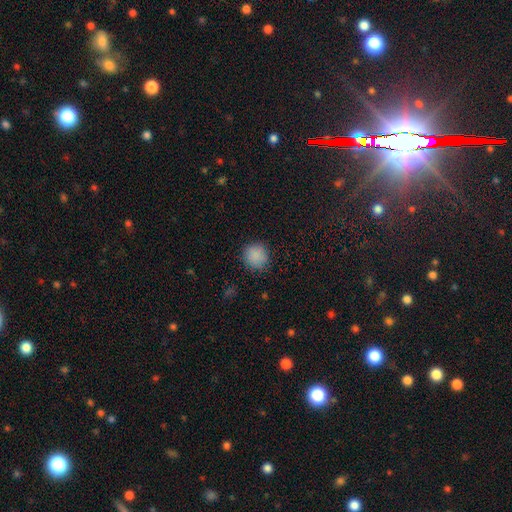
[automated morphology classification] Smooth or featured: smooth — 86% (star or artifact — 10%)
How rounded: round — 90% (in between — 9%)
Merging: none — 86% (minor disturbance — 10%)